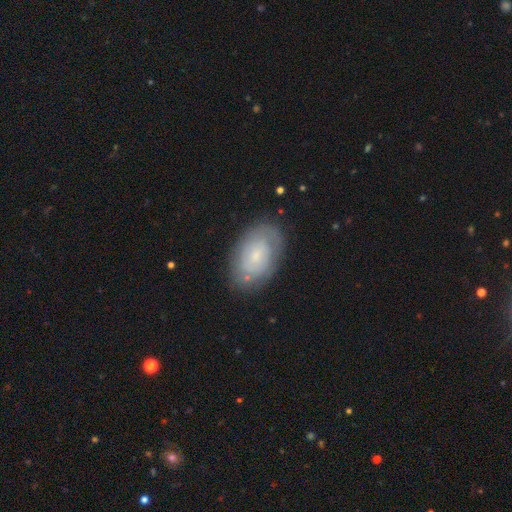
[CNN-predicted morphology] smooth-or-featured: featured or disk: 55% | smooth: 37% | star or artifact: 8%
  disk-edge-on: no: 95% | yes: 5%
    bar: no: 72% | weak: 25% | strong: 4%
    has-spiral-arms: yes: 75% | no: 25%
    bulge-size: small: 66% | moderate: 24% | none: 6% | large: 3% | dominant: 1%
  merging: none: 77% | minor disturbance: 17% | major disturbance: 5% | merger: 2%